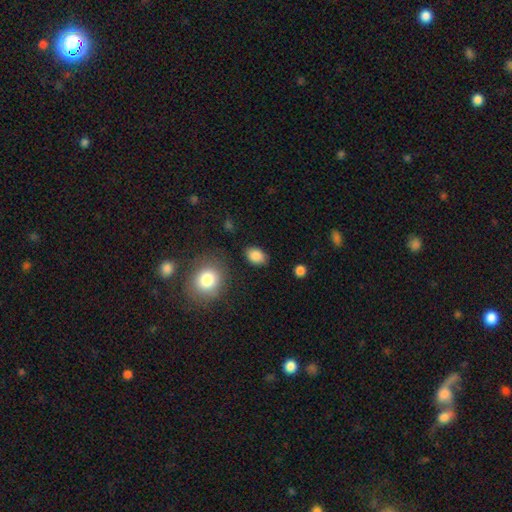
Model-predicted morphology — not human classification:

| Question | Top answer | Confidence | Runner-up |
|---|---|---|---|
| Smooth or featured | smooth | 87% | star or artifact (9%) |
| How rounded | in between | 80% | round (19%) |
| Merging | none | 84% | minor disturbance (11%) |